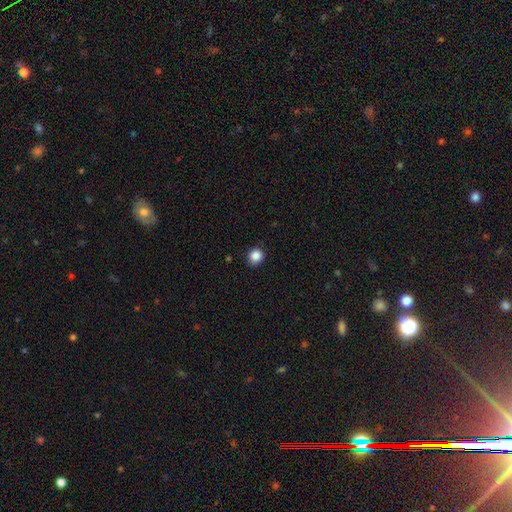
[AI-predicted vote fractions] This is clearly a smooth galaxy (86%). How rounded: clearly round (83%). Merging: clearly none (88%).